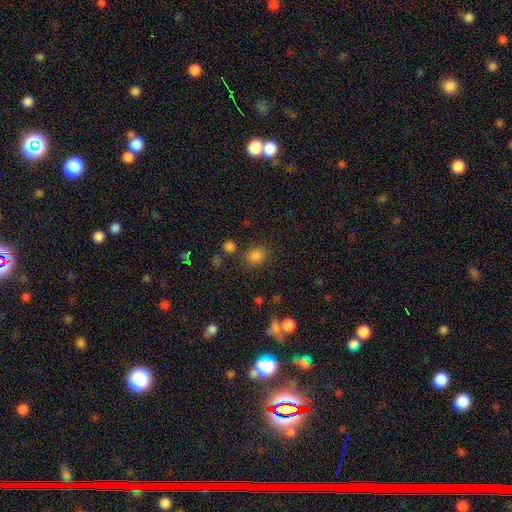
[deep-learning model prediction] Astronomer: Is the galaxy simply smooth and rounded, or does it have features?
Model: smooth — 80%.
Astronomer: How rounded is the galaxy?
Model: round — 57% (runner-up: in between, 42%).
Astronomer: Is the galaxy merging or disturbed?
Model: none — 75%.